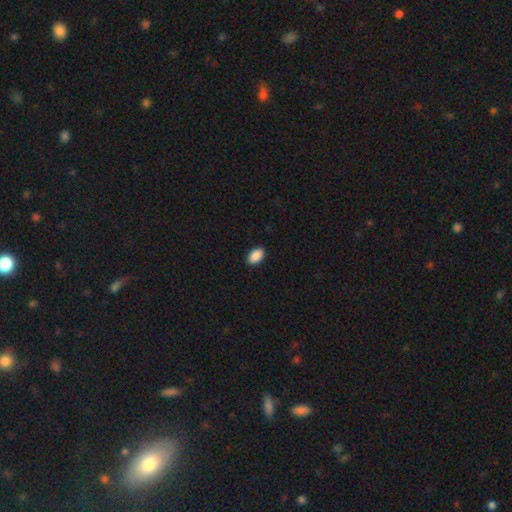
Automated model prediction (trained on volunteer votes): Smooth or featured?
  - smooth: 91% *
  - star or artifact: 7%
  - featured or disk: 2%
How rounded?
  - in between: 93% *
  - round: 5%
  - cigar-shaped: 2%
Merging?
  - none: 91% *
  - minor disturbance: 7%
  - major disturbance: 2%
  - merger: 1%